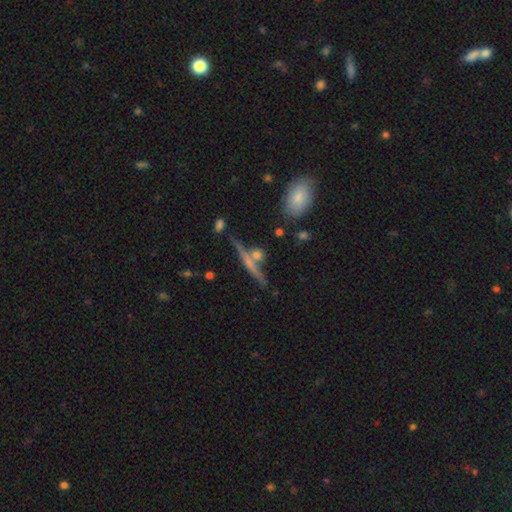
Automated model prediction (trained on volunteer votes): smooth-or-featured: featured or disk: 52% | smooth: 37% | star or artifact: 11%
  disk-edge-on: yes: 90% | no: 10%
  merging: none: 69% | merger: 16% | minor disturbance: 11% | major disturbance: 4%